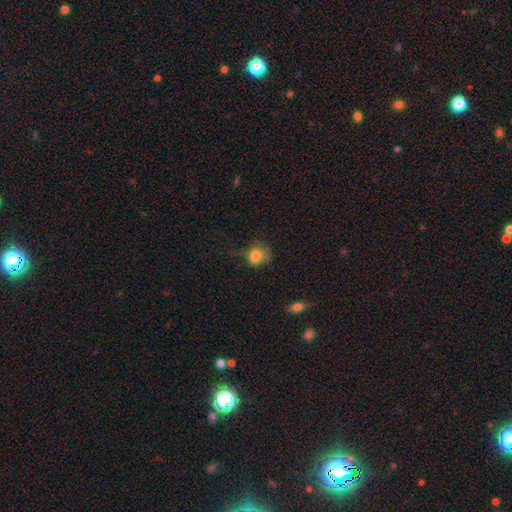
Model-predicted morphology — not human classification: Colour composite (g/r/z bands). It shows a smooth galaxy with no disk features (79%) that is round (63%). Merging: none (37%).